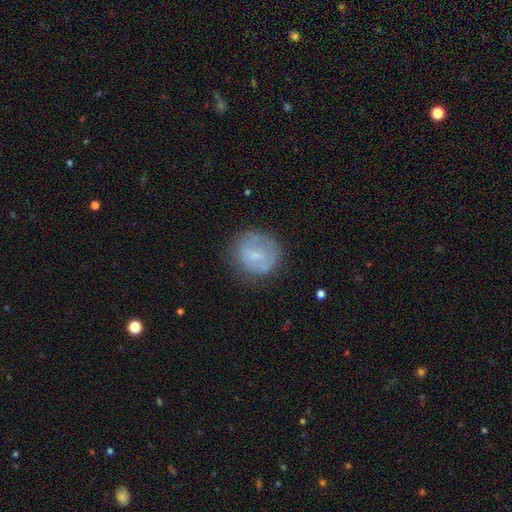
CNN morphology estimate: smooth 57%, featured or disk 35%, star or artifact 8%. Down the decision tree: how rounded — round (85%); merging — none (69%).